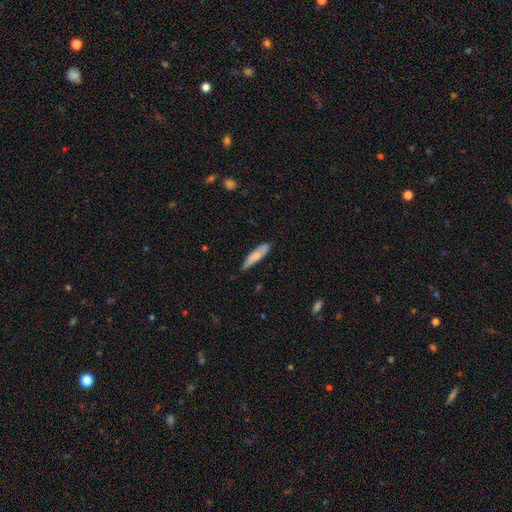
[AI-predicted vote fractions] Q: Smooth or featured?
A: smooth (72%); runner-up: featured or disk (22%)
Q: How rounded?
A: cigar-shaped (76%); runner-up: in between (22%)
Q: Merging?
A: none (72%); runner-up: minor disturbance (23%)